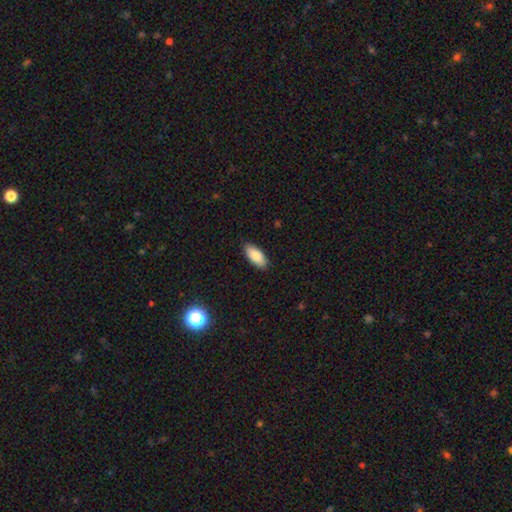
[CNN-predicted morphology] Smooth or featured? smooth (85%)
How rounded? in between (88%)
Merging? none (88%)